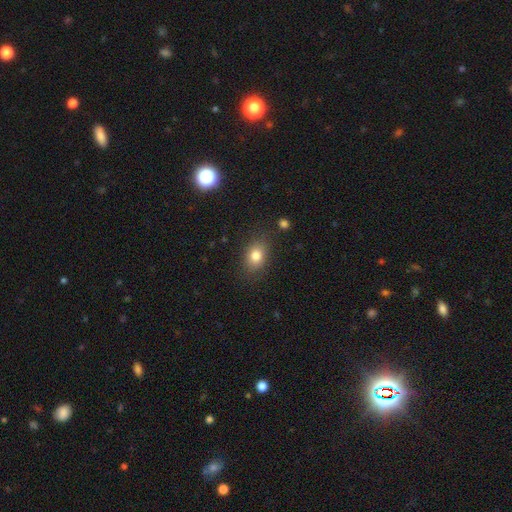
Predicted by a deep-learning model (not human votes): smooth-or-featured: smooth: 80% | star or artifact: 10% | featured or disk: 9%
  how-rounded: in between: 70% | round: 28% | cigar-shaped: 1%
  merging: none: 82% | minor disturbance: 13% | major disturbance: 4% | merger: 2%